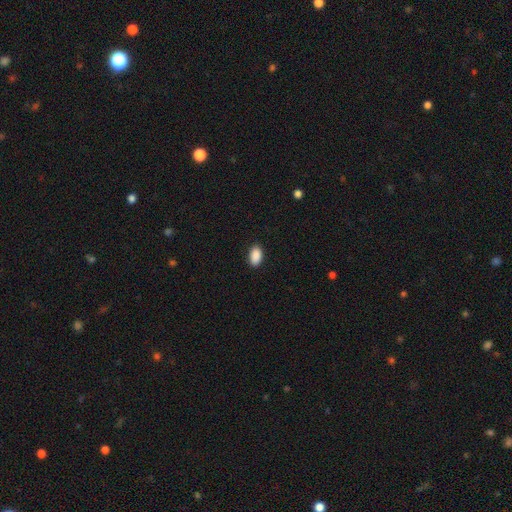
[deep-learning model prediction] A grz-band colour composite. It shows a smooth galaxy with no disk features (91%) that is in between round and cigar-shaped (93%). Merging: none (90%).